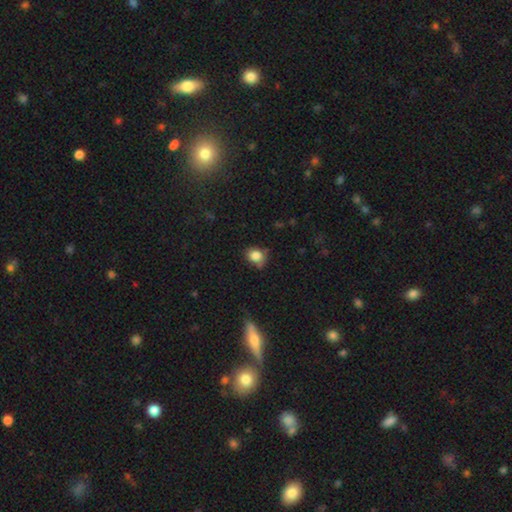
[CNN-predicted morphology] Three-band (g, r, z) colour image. It shows a smooth galaxy with no disk features (83%) that is round (65%). Merging: none (60%).